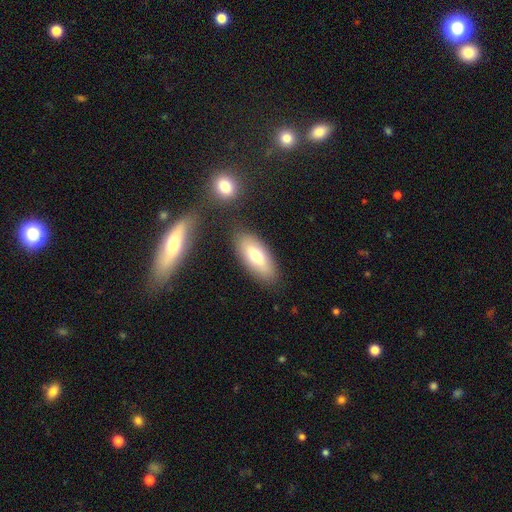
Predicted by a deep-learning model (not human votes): Smooth or featured? Predicted: smooth (p=0.68). How rounded? Predicted: in between (p=0.83). Merging? Predicted: none (p=0.83).